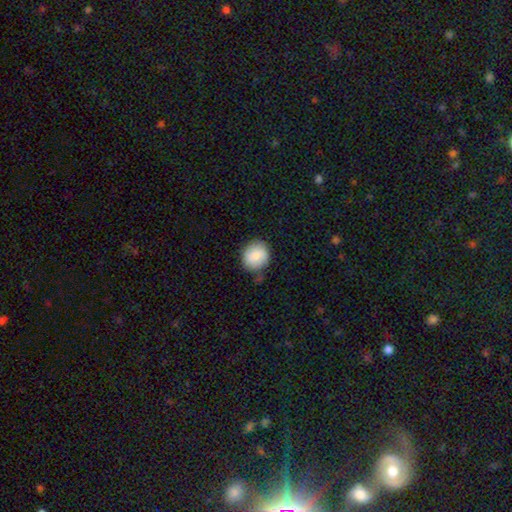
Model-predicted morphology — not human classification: type=smooth (82%); roundness=round (81%); merging=none (74%).